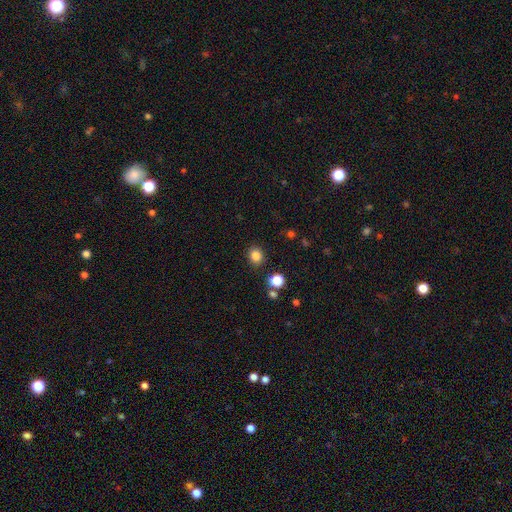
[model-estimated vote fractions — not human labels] Smooth or featured? smooth (84%)
How rounded? round (70%)
Merging? none (86%)